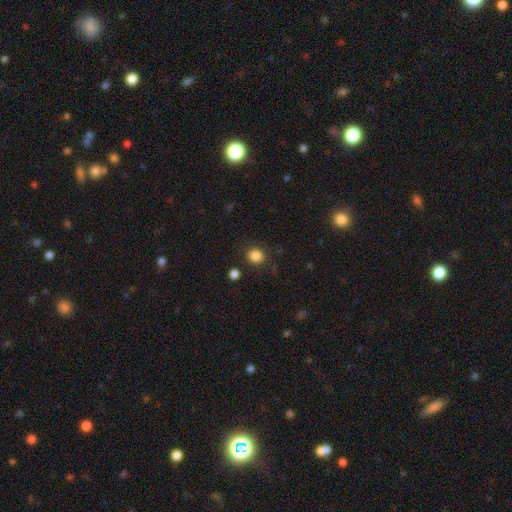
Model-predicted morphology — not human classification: This appears to be a smooth galaxy with no disk features (85%) that is round (87%). Merging: none (86%).